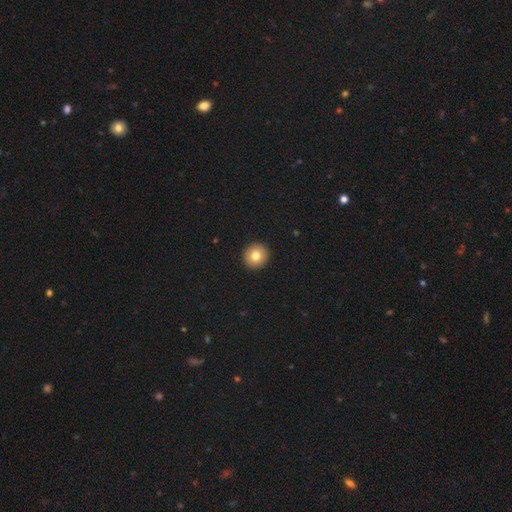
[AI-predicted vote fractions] smooth-or-featured: smooth: 79% | featured or disk: 12% | star or artifact: 10%
  how-rounded: round: 95% | in between: 4% | cigar-shaped: 1%
  merging: none: 94% | minor disturbance: 4% | major disturbance: 1% | merger: 1%